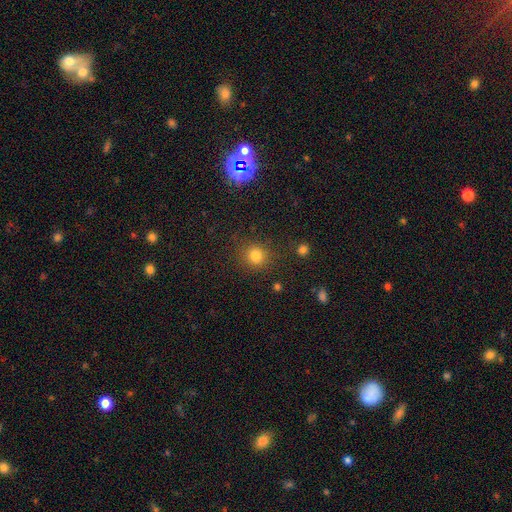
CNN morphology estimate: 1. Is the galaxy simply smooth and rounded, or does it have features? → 80% smooth, 15% star or artifact, 5% featured or disk.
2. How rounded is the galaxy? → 88% round, 12% in between, 1% cigar-shaped.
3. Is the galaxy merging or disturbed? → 85% none, 9% minor disturbance, 4% major disturbance, 3% merger.